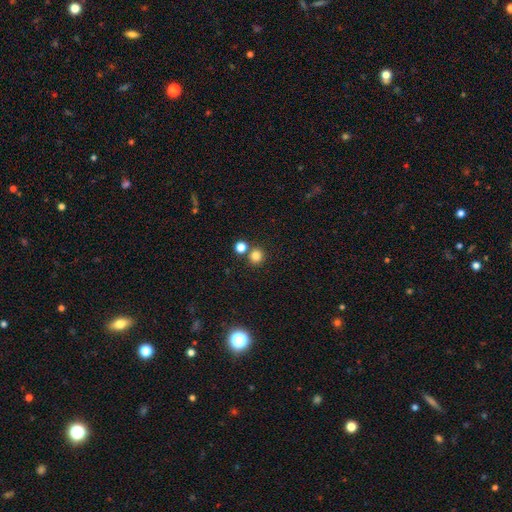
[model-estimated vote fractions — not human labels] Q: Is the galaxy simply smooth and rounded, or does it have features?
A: smooth — 80%.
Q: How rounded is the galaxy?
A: round — 91%.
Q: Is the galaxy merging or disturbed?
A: none — 72%.